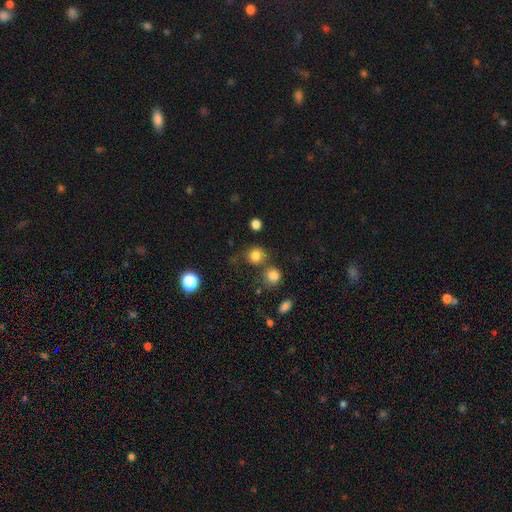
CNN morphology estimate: Smooth or featured? smooth (80%)
How rounded? round (86%)
Merging? none (63%)